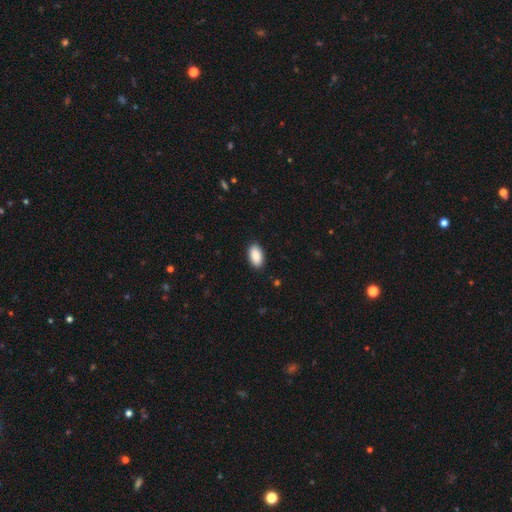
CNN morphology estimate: This is clearly a smooth galaxy (91%). How rounded: clearly in between (95%). Merging: clearly none (89%).